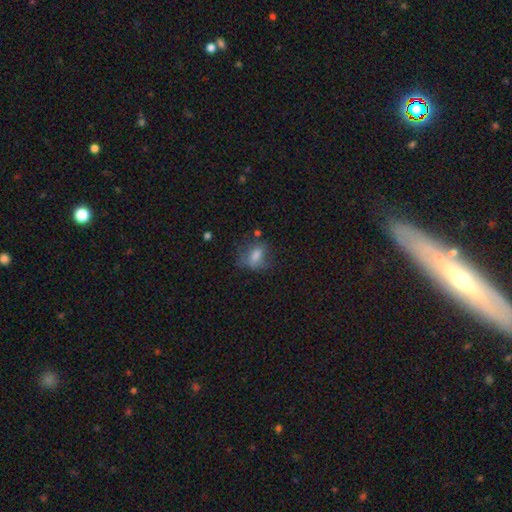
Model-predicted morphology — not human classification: smooth 69%, featured or disk 20%, star or artifact 11%. Down the decision tree: how rounded — in between (72%); merging — none (52%).